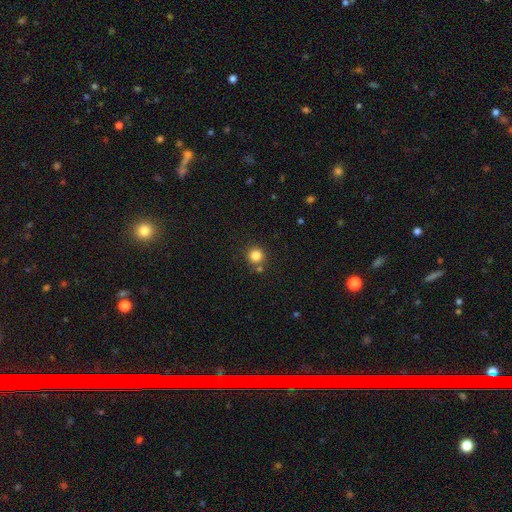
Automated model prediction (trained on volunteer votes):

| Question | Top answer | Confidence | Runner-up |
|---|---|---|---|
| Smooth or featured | smooth | 83% | star or artifact (12%) |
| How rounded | round | 94% | in between (5%) |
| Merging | none | 79% | merger (10%) |